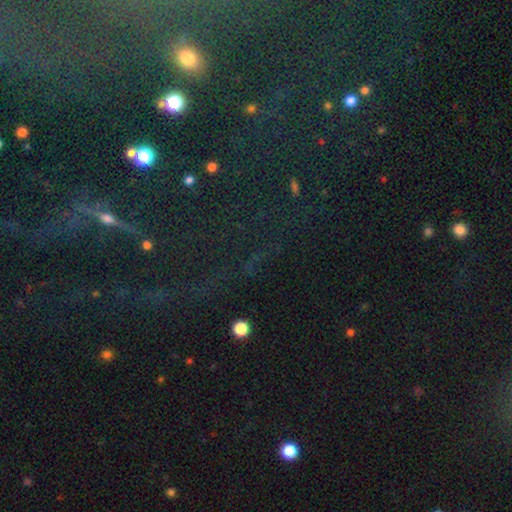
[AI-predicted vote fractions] Smooth or featured? star or artifact (74%)